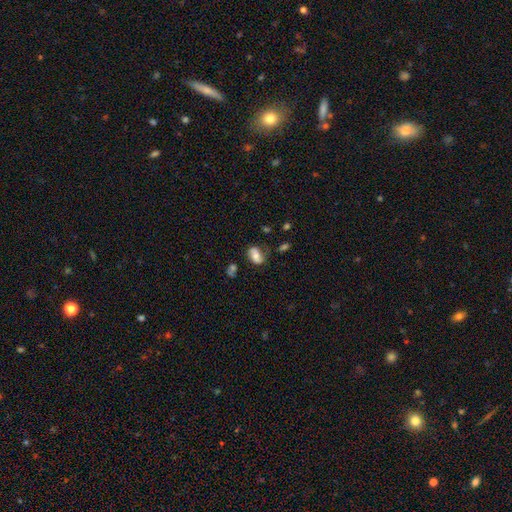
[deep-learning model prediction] smooth-or-featured: smooth: 60% | featured or disk: 31% | star or artifact: 9%
  how-rounded: in between: 85% | round: 13% | cigar-shaped: 2%
  merging: none: 59% | minor disturbance: 24% | major disturbance: 11% | merger: 6%